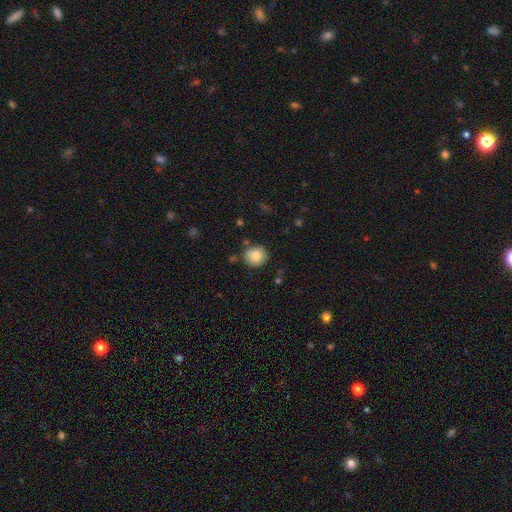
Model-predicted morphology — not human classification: smooth 82%, featured or disk 9%, star or artifact 9%. Down the decision tree: how rounded — round (88%); merging — none (83%).